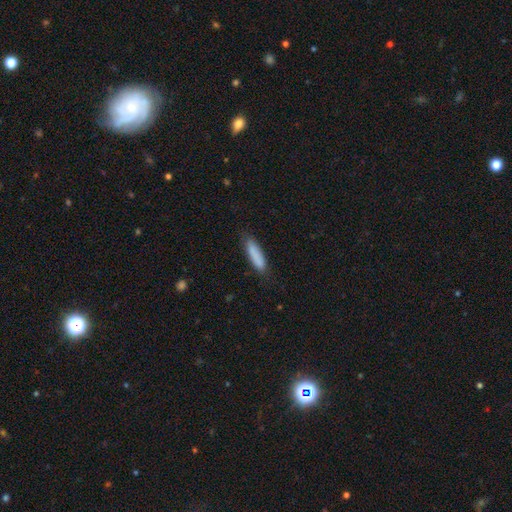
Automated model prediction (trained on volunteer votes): This is clearly a smooth galaxy (86%). How rounded: likely cigar-shaped (69%). Merging: clearly none (80%).